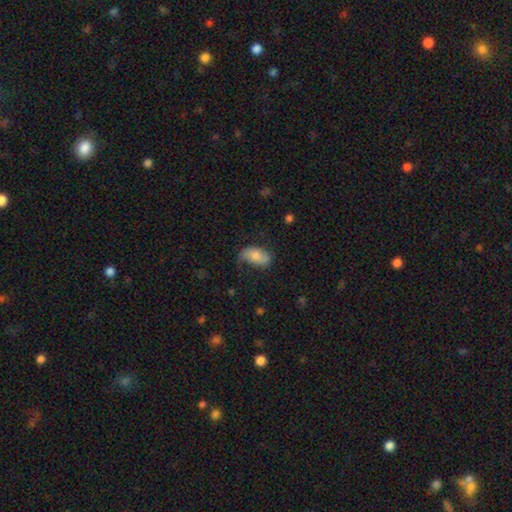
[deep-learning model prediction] A smooth galaxy with no disk features (57%) that is in between round and cigar-shaped (92%). Merging: none (52%).